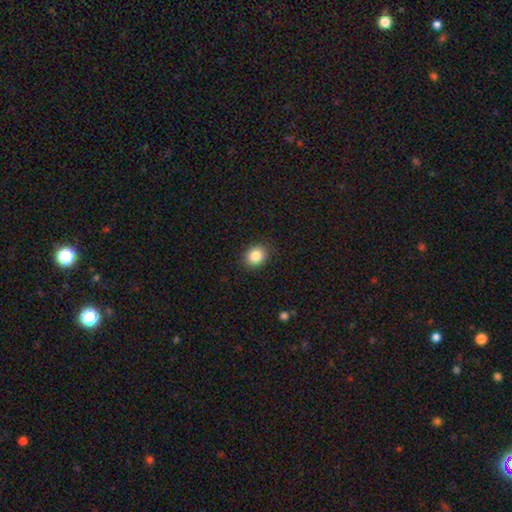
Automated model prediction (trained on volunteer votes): smooth_or_featured: smooth (p=0.85) [alt: star or artifact p=0.09]
how_rounded: round (p=0.58) [alt: in between p=0.42]
merging: none (p=0.88) [alt: minor disturbance p=0.08]